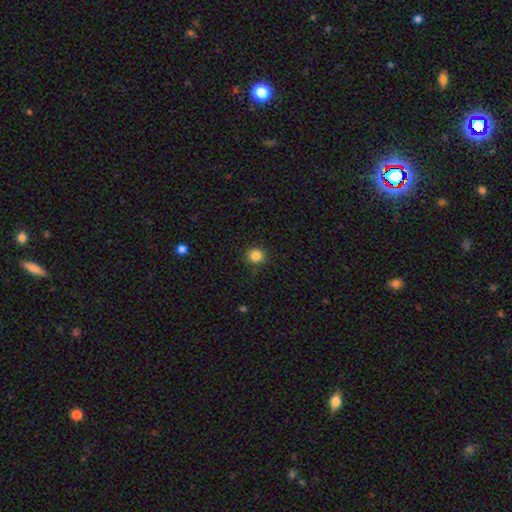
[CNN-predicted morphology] A smooth galaxy with no disk features (85%) that is round (88%). Merging: none (89%).